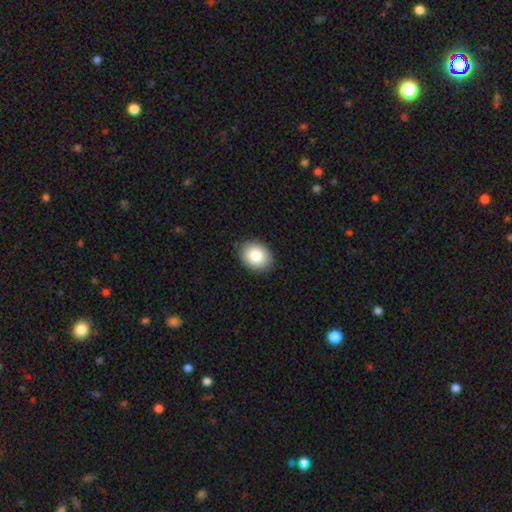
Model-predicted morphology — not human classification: This appears to be a smooth galaxy with no disk features (85%) that is in between round and cigar-shaped (50%). Merging: none (89%).